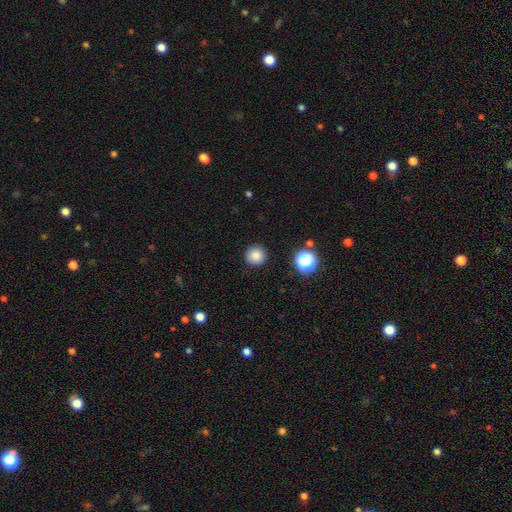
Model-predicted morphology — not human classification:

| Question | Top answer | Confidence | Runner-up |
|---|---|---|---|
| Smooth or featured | smooth | 83% | star or artifact (12%) |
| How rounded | round | 94% | in between (5%) |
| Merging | none | 90% | minor disturbance (6%) |